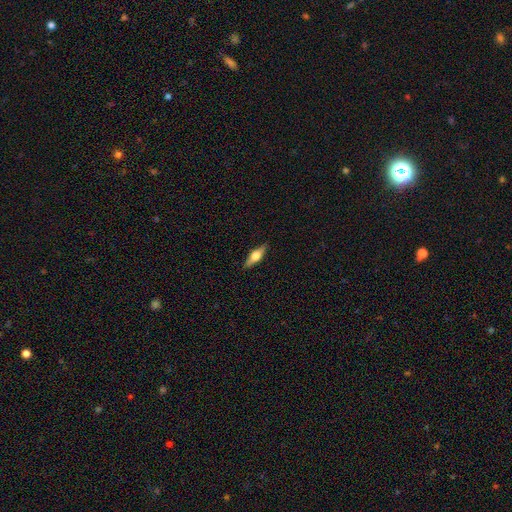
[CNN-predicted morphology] type=featured or disk (54%); edge-on=yes (94%); edge-on bulge=rounded (92%); merging=none (89%).